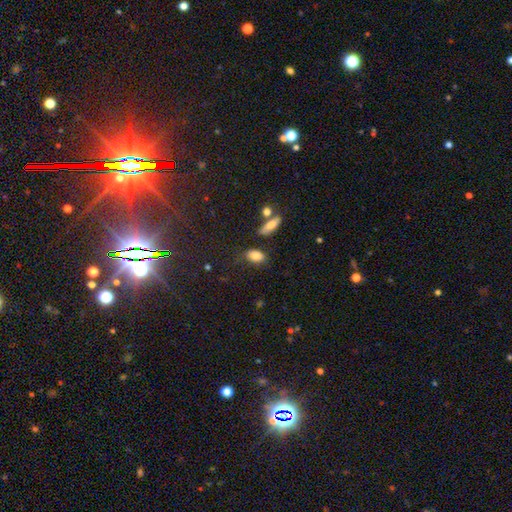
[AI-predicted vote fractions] smooth 83%, star or artifact 9%, featured or disk 8%. Down the decision tree: how rounded — in between (85%); merging — none (68%).